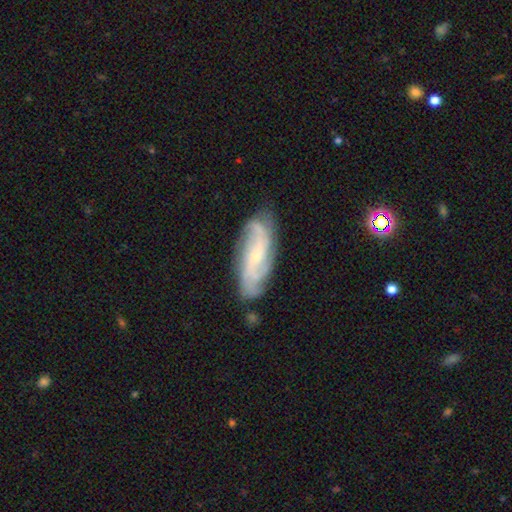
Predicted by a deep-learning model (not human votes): Smooth or featured? Predicted: featured or disk (p=0.81). Edge-on disk? Predicted: no (p=0.90). Bar? Predicted: no (p=0.56). Spiral arms? Predicted: yes (p=0.96). Spiral winding? Predicted: medium (p=0.42). Spiral arm count? Predicted: 3 (p=0.26). Bulge size? Predicted: small (p=0.74). Merging? Predicted: none (p=0.77).